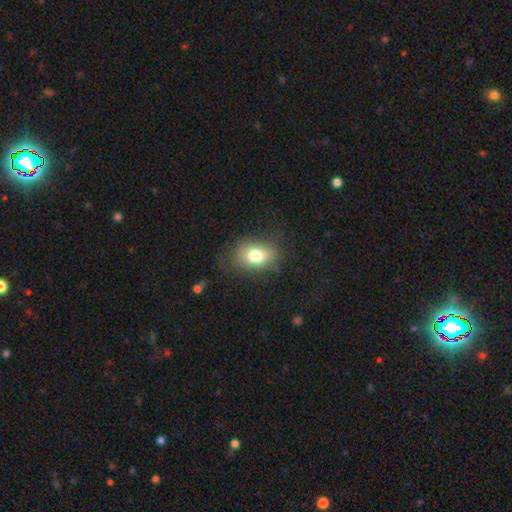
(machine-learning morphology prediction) Smooth or featured? Predicted: smooth (p=0.76). How rounded? Predicted: in between (p=0.76). Merging? Predicted: none (p=0.69).